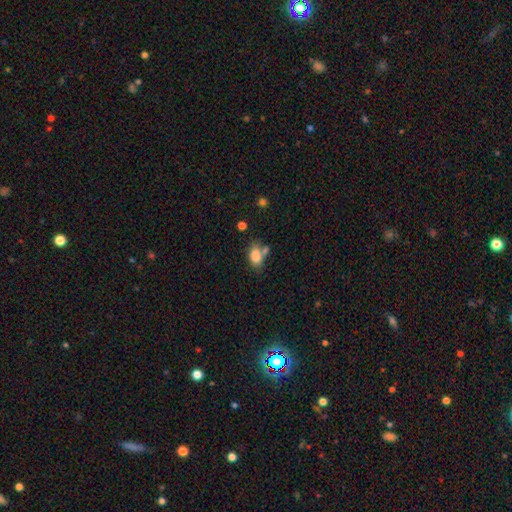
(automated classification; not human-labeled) smooth_or_featured: smooth (p=0.82) [alt: star or artifact p=0.09]
how_rounded: in between (p=0.82) [alt: round p=0.16]
merging: none (p=0.53) [alt: merger p=0.24]